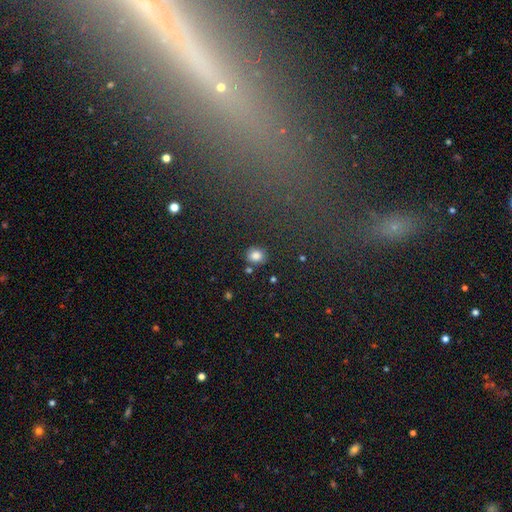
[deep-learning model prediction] smooth 83%, star or artifact 12%, featured or disk 6%. Down the decision tree: how rounded — round (79%); merging — none (82%).